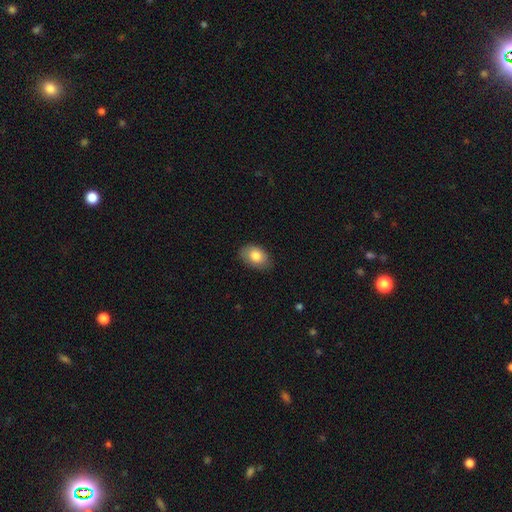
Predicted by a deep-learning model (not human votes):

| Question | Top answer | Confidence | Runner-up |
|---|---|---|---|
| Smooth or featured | smooth | 83% | featured or disk (10%) |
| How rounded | in between | 85% | round (14%) |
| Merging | none | 83% | minor disturbance (14%) |